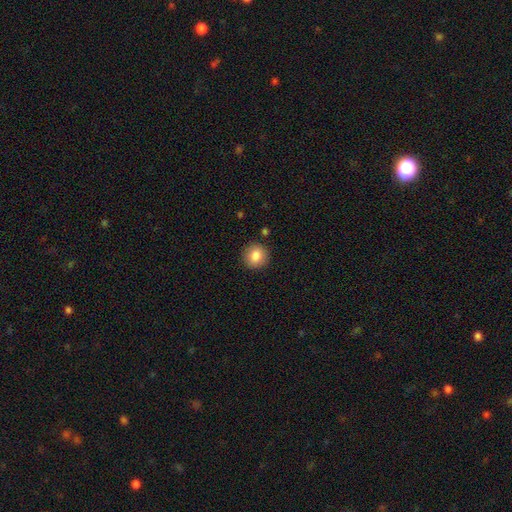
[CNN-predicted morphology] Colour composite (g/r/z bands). It shows a smooth galaxy with no disk features (85%) that is round (88%). Merging: none (90%).